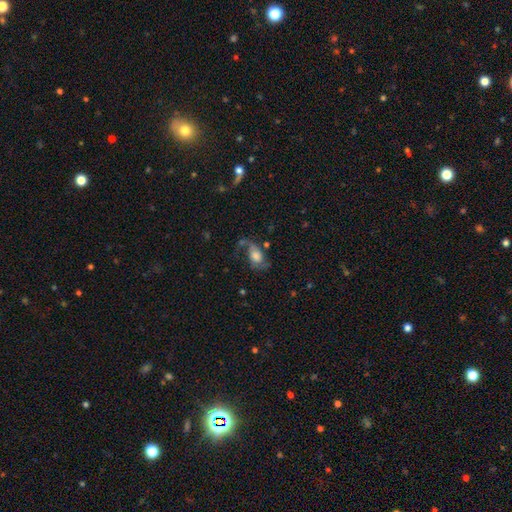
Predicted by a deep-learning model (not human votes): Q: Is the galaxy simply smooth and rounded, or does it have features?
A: featured or disk — 53%.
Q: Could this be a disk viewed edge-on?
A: no — 95%.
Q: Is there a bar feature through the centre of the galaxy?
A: no — 66%.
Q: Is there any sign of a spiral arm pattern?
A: yes — 83%.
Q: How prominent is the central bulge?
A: large — 40%.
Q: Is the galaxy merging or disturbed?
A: none — 41%.